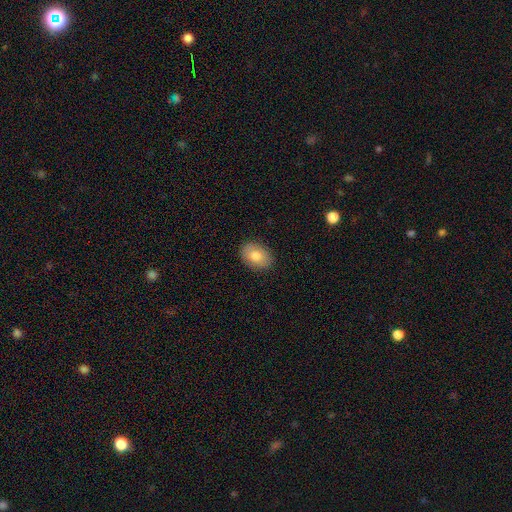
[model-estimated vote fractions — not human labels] Smooth or featured? Predicted: smooth (p=0.79). How rounded? Predicted: in between (p=0.75). Merging? Predicted: none (p=0.88).